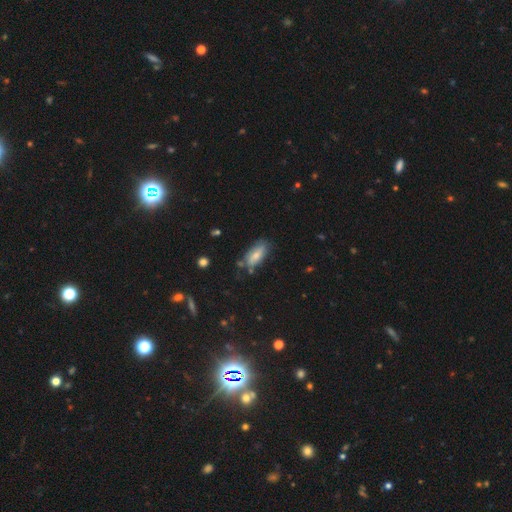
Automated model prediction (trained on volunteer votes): Smooth or featured: smooth — 73% (featured or disk — 20%)
How rounded: in between — 81% (cigar-shaped — 17%)
Merging: none — 65% (minor disturbance — 24%)